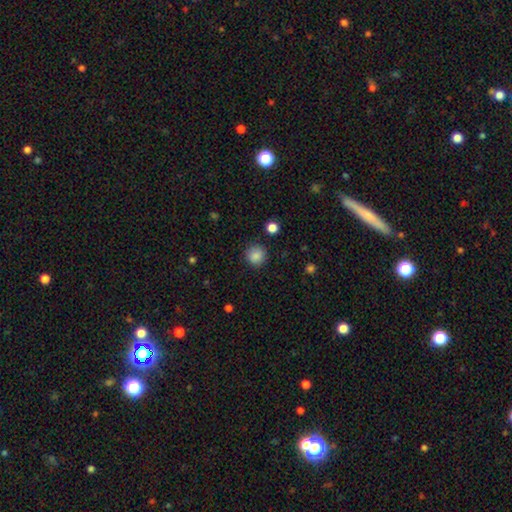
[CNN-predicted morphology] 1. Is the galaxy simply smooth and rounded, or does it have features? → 87% smooth, 10% star or artifact, 4% featured or disk.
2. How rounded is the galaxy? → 92% round, 7% in between, 1% cigar-shaped.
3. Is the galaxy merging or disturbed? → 89% none, 7% minor disturbance, 2% major disturbance, 1% merger.